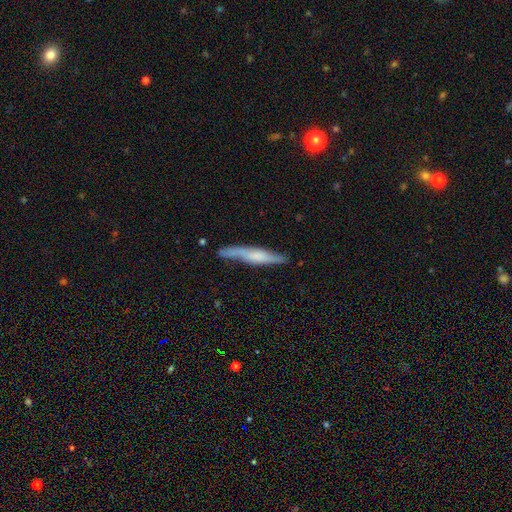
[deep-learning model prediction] Smooth or featured?
  - featured or disk: 54% *
  - smooth: 40%
  - star or artifact: 6%
Edge-on disk?
  - yes: 87% *
  - no: 13%
Merging?
  - none: 73% *
  - minor disturbance: 20%
  - major disturbance: 4%
  - merger: 3%